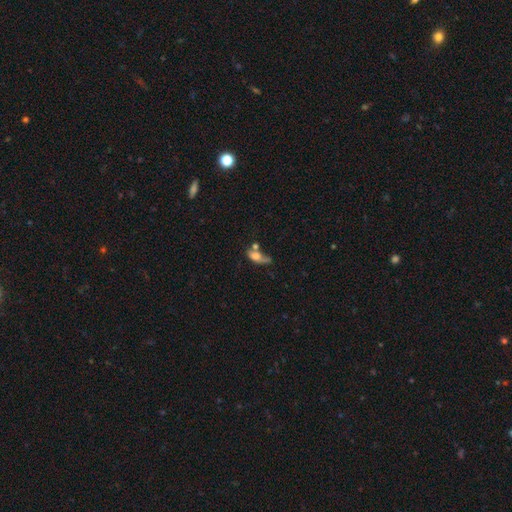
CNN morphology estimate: Smooth or featured?
  - smooth: 58% *
  - featured or disk: 31%
  - star or artifact: 11%
How rounded?
  - in between: 72% *
  - cigar-shaped: 19%
  - round: 9%
Merging?
  - merger: 35% *
  - none: 24%
  - major disturbance: 24%
  - minor disturbance: 18%